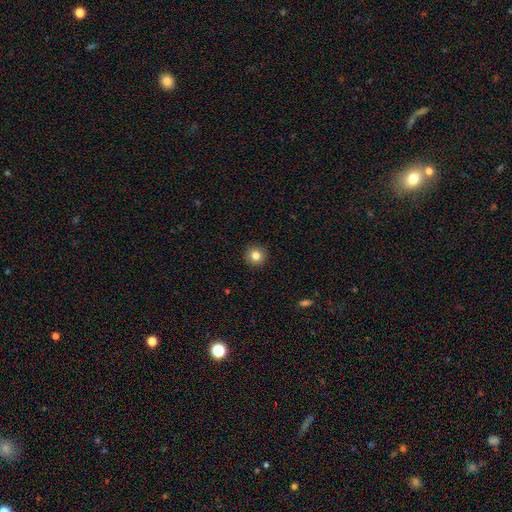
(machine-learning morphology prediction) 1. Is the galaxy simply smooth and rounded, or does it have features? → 83% smooth, 11% star or artifact, 7% featured or disk.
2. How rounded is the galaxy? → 95% round, 4% in between, 1% cigar-shaped.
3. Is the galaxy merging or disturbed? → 93% none, 5% minor disturbance, 2% major disturbance, 1% merger.